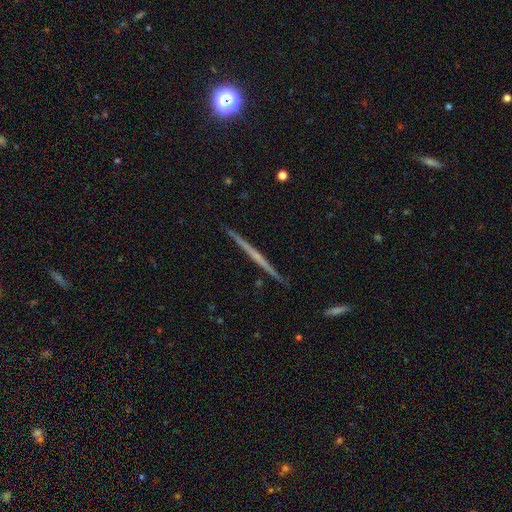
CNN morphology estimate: Smooth or featured: featured or disk — 67% (smooth — 27%)
Edge-on disk: yes — 98% (no — 2%)
Edge-on bulge: none — 81% (rounded — 14%)
Merging: none — 92% (minor disturbance — 6%)